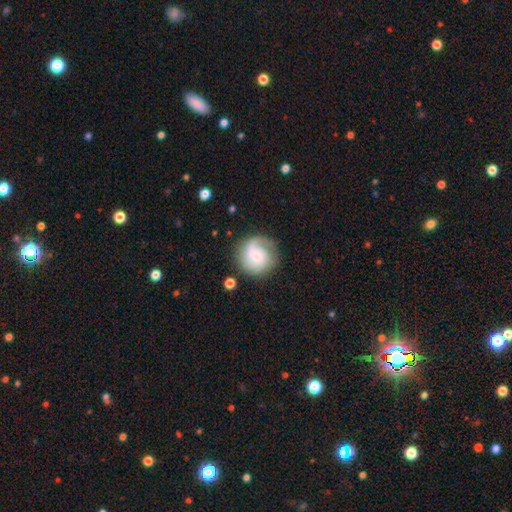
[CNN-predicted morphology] The model was most divided on "spiral arm count": 2: 41%, 1: 32%, can't tell: 15%, 3: 8%, 4: 2%, more than 4: 2%. Remaining: edge-on disk — no (98%); spiral arms — yes (90%); merging — none (71%); smooth or featured — featured or disk (58%); bar — no (56%); bulge size — small (54%); spiral winding — medium (40%).